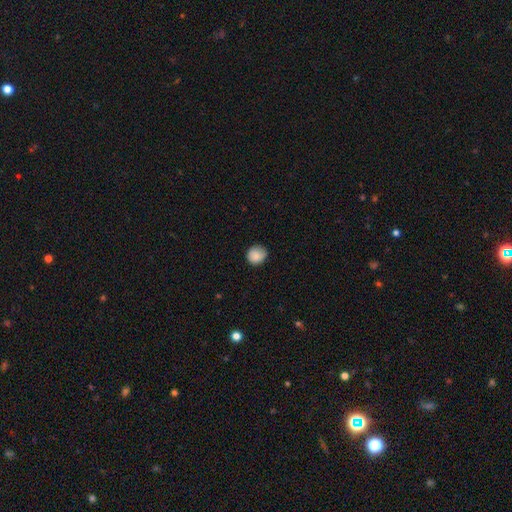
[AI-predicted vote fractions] A smooth galaxy with no disk features (86%) that is round (85%). Merging: none (79%).